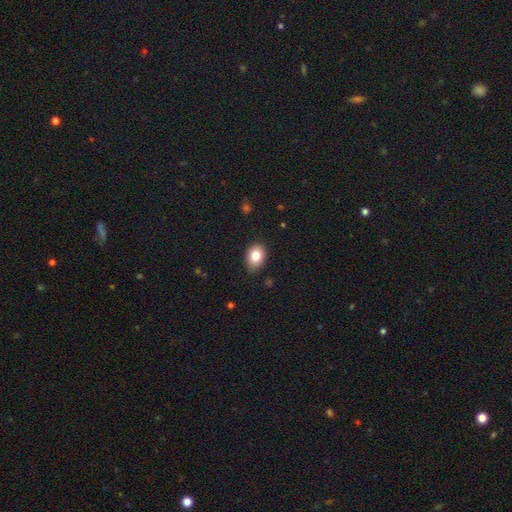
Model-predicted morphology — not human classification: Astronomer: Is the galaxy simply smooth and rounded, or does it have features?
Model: smooth — 83%.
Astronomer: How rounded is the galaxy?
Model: in between — 69%.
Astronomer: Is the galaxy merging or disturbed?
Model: none — 84%.